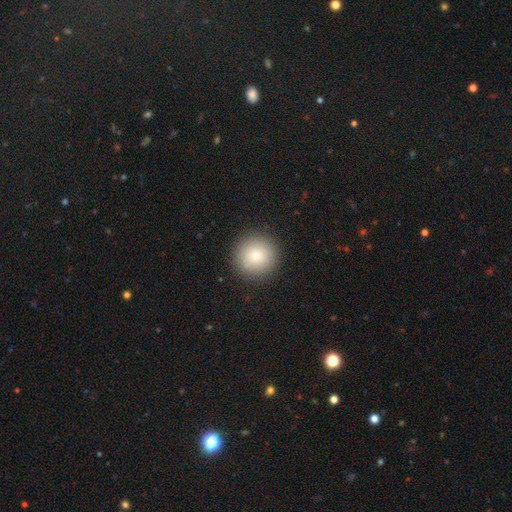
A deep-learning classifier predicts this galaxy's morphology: This is clearly a smooth galaxy (81%). How rounded: clearly round (95%). Merging: clearly none (90%).